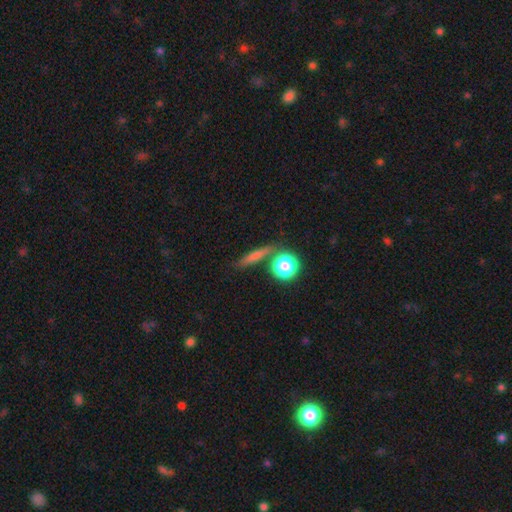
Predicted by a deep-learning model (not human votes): smooth-or-featured: smooth: 60% | featured or disk: 24% | star or artifact: 16%
  how-rounded: cigar-shaped: 67% | round: 19% | in between: 14%
  merging: none: 77% | minor disturbance: 11% | merger: 9% | major disturbance: 4%